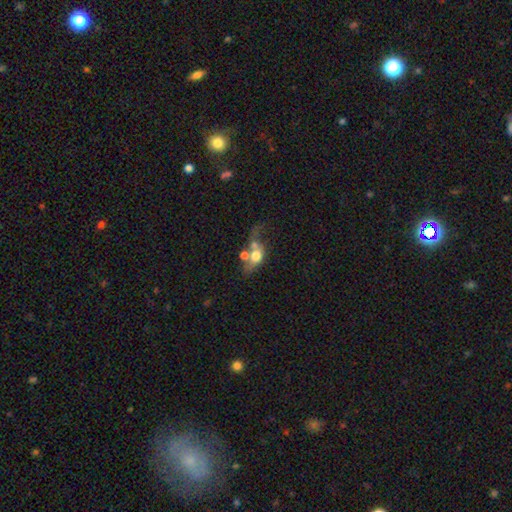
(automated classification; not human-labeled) Smooth or featured?
  - smooth: 55% *
  - featured or disk: 35%
  - star or artifact: 11%
How rounded?
  - in between: 57% *
  - round: 37%
  - cigar-shaped: 6%
Merging?
  - merger: 47% *
  - major disturbance: 21%
  - none: 20%
  - minor disturbance: 12%